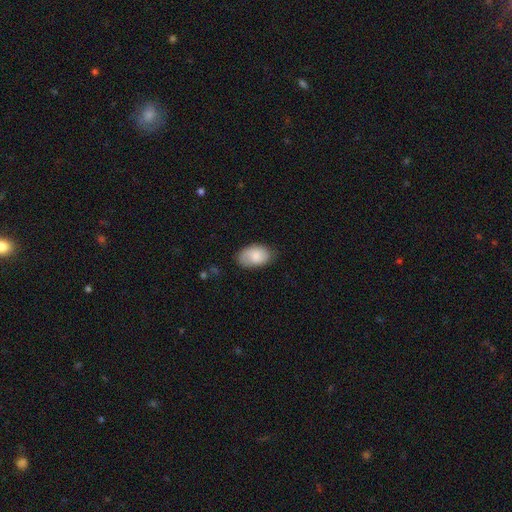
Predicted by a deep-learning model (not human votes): Smooth or featured? Predicted: smooth (p=0.80). How rounded? Predicted: in between (p=0.92). Merging? Predicted: none (p=0.75).